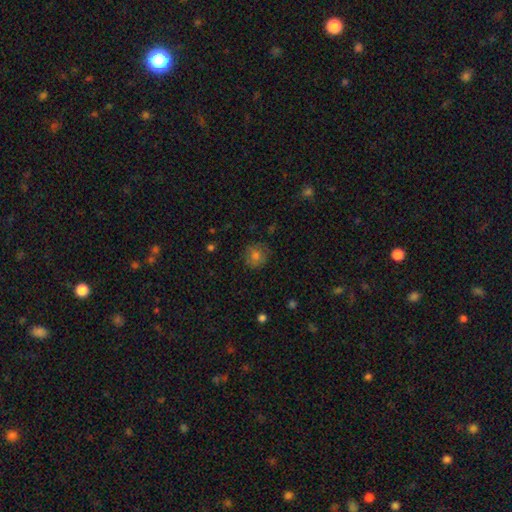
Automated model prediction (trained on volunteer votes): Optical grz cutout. It shows a smooth galaxy with no disk features (75%) that is round (87%). Merging: none (82%).